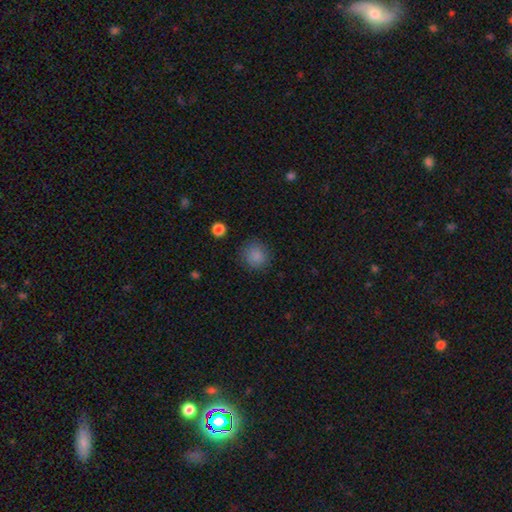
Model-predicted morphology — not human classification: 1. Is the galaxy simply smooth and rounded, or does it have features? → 86% smooth, 11% star or artifact, 4% featured or disk.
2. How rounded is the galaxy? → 88% round, 11% in between, 1% cigar-shaped.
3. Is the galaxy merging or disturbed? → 86% none, 9% minor disturbance, 3% major disturbance, 1% merger.